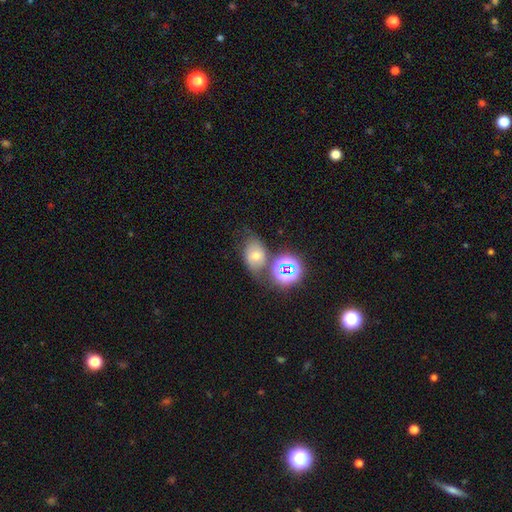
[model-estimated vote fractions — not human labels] Overall: smooth (45%; star or artifact 28%). Merging: none (53%; minor disturbance 21%).